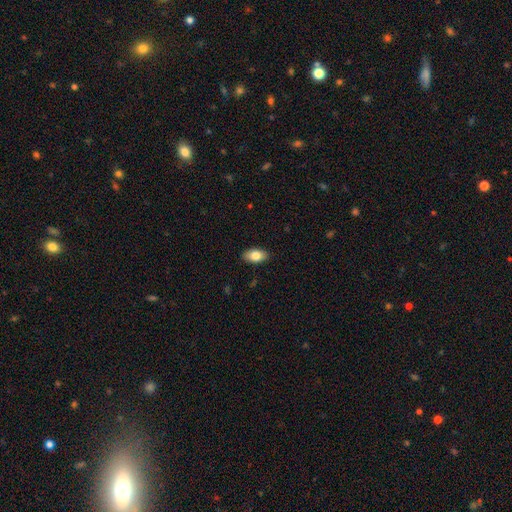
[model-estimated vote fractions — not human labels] Morphology: type=smooth (82%); roundness=in between (92%); merging=none (89%).